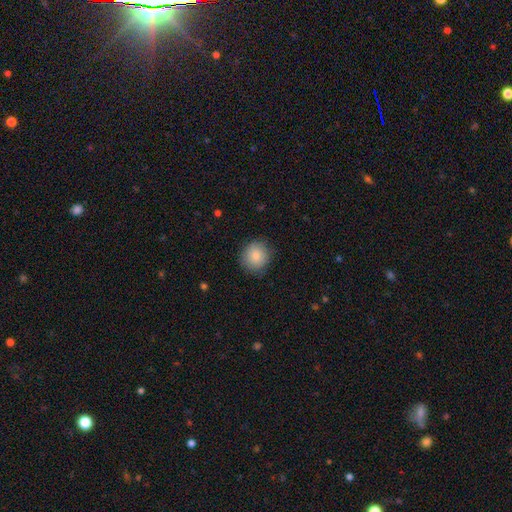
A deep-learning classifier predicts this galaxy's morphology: The model was most divided on "merging": none: 84%, minor disturbance: 12%, major disturbance: 3%, merger: 1%. More confident: how rounded — round (89%); smooth or featured — smooth (84%).